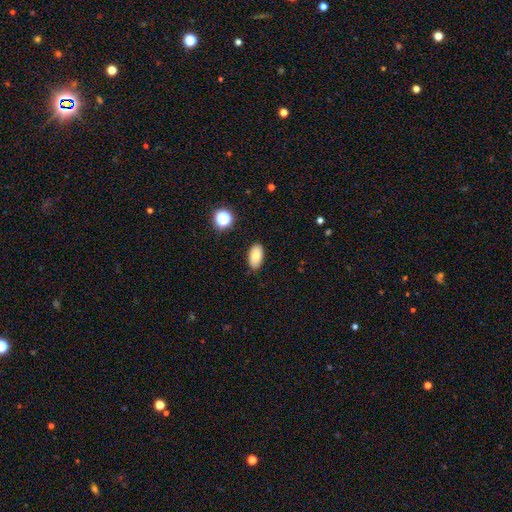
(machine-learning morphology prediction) Overall: smooth (81%). How rounded: in between (93%). Merging: none (87%).